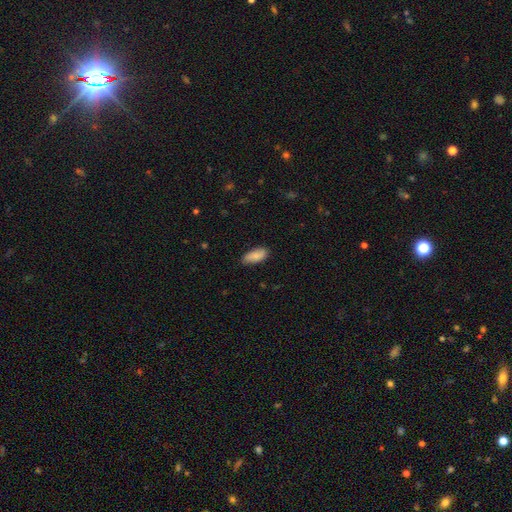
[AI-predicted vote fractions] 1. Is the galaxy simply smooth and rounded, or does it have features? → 83% smooth, 11% featured or disk, 6% star or artifact.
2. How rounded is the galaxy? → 89% in between, 9% cigar-shaped, 2% round.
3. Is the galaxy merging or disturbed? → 81% none, 15% minor disturbance, 2% major disturbance, 1% merger.